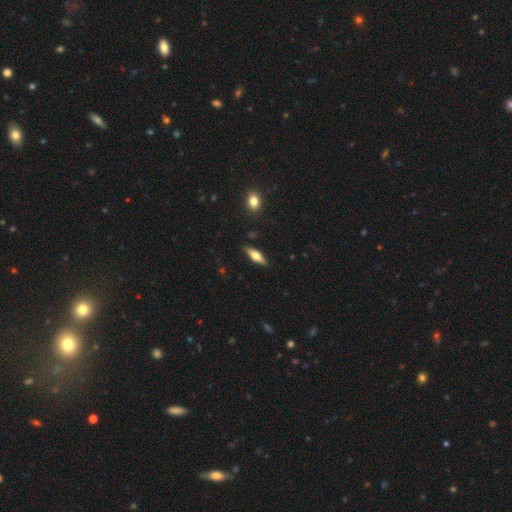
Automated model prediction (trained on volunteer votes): The model was most divided on "smooth or featured": smooth: 49%, featured or disk: 44%, star or artifact: 6%. More confident: merging — none (87%).